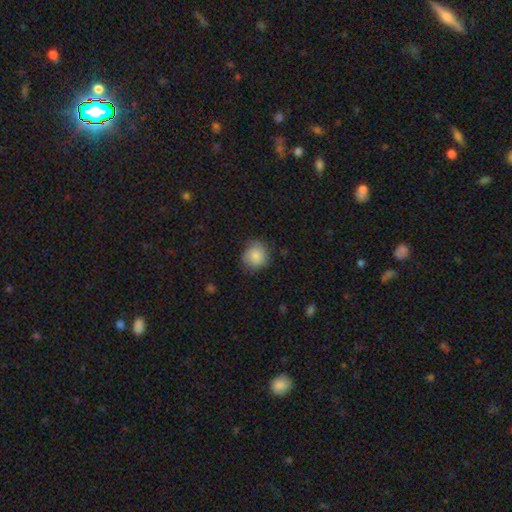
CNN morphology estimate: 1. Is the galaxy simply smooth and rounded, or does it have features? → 81% smooth, 11% featured or disk, 8% star or artifact.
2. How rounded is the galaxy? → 86% round, 13% in between, 1% cigar-shaped.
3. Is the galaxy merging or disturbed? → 73% none, 21% minor disturbance, 5% major disturbance, 1% merger.